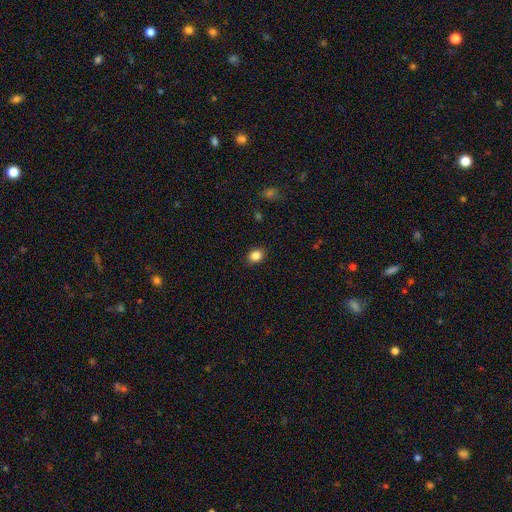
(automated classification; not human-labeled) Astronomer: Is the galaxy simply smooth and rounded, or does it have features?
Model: smooth — 86%.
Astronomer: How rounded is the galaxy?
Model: in between — 60% (runner-up: round, 39%).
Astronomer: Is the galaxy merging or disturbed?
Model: none — 88%.